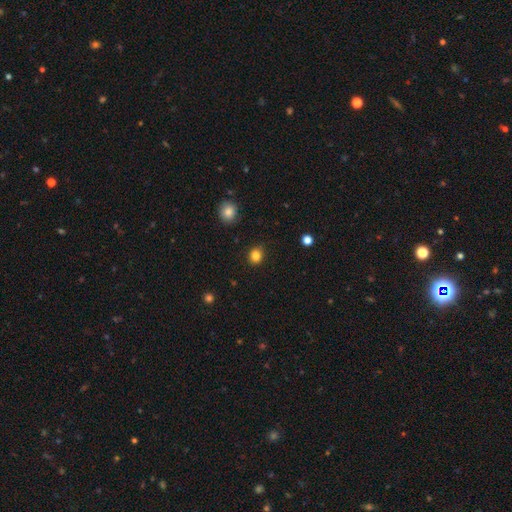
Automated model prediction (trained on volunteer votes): Smooth or featured: smooth — 84% (star or artifact — 11%)
How rounded: round — 76% (in between — 23%)
Merging: none — 87% (minor disturbance — 9%)